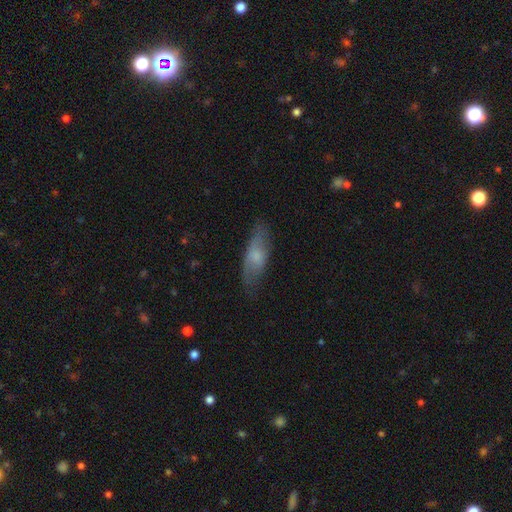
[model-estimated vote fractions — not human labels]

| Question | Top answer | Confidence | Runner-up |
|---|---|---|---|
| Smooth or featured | smooth | 62% | featured or disk (31%) |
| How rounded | in between | 60% | cigar-shaped (37%) |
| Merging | none | 69% | minor disturbance (22%) |